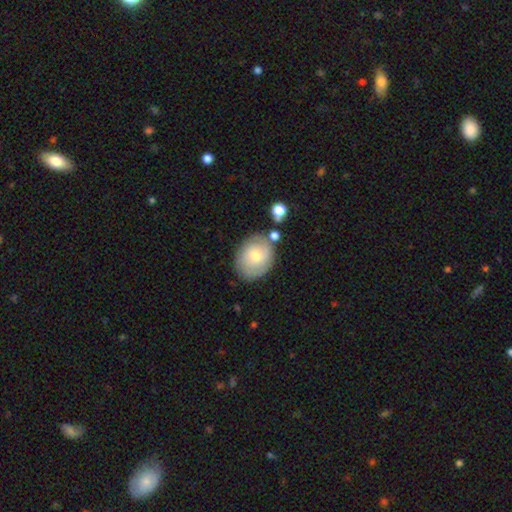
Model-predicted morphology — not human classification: The model was most divided on "how rounded": in between: 56%, round: 43%, cigar-shaped: 1%. More confident: merging — none (68%); smooth or featured — smooth (60%).